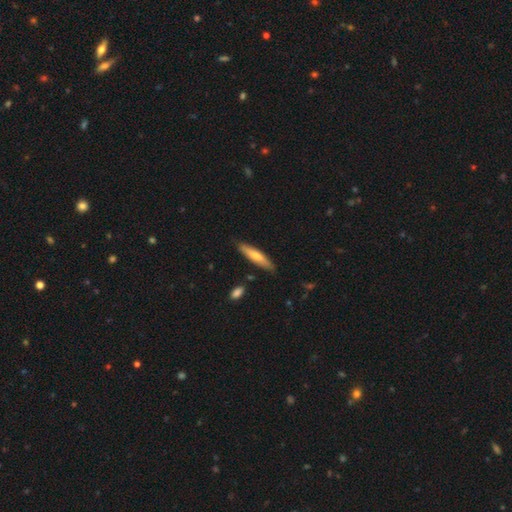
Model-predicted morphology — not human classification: smooth 67%, featured or disk 28%, star or artifact 5%. Down the decision tree: how rounded — cigar-shaped (83%); merging — none (84%).